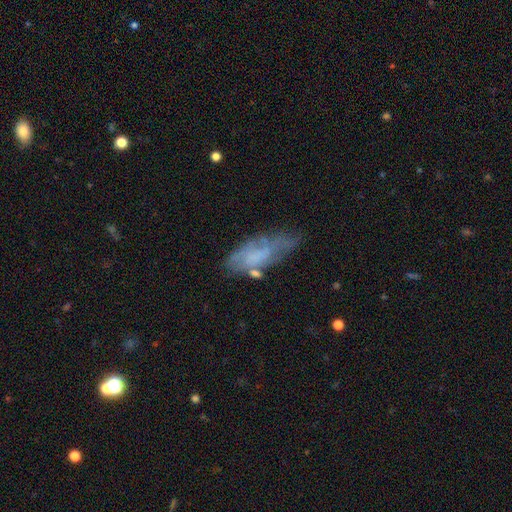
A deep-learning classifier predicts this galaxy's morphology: Overall: featured or disk (47%; smooth 44%). Merging: none (45%; minor disturbance 30%).